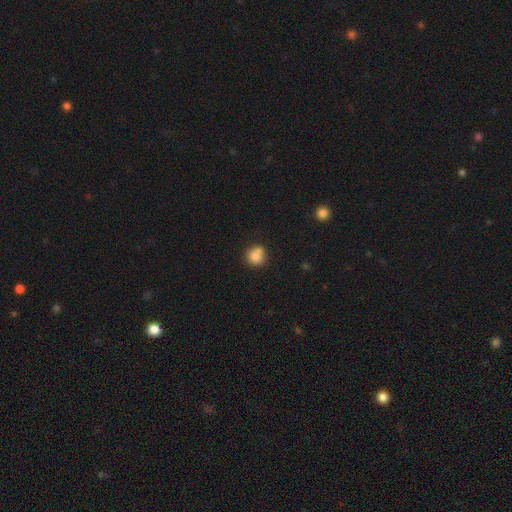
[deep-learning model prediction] Smooth or featured? Predicted: smooth (p=0.78). How rounded? Predicted: round (p=0.87). Merging? Predicted: none (p=0.55).